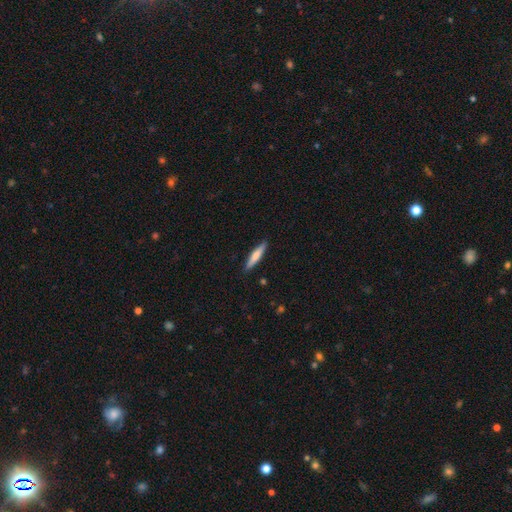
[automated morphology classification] The model was most divided on "smooth or featured": smooth: 65%, featured or disk: 30%, star or artifact: 5%. More confident: merging — none (90%); how rounded — cigar-shaped (87%).